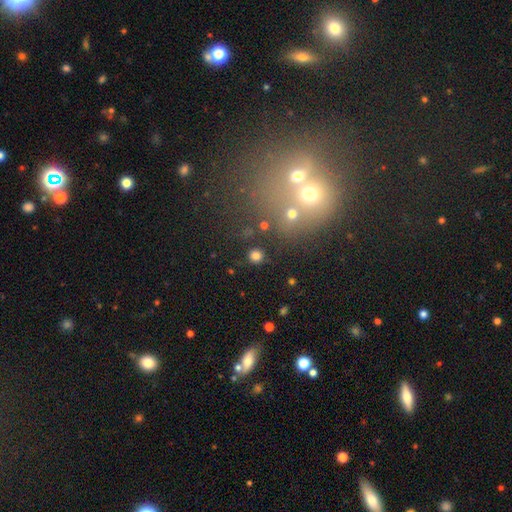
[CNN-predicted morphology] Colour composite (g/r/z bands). It shows a smooth galaxy with no disk features (80%) that is round (91%). Merging: none (87%).